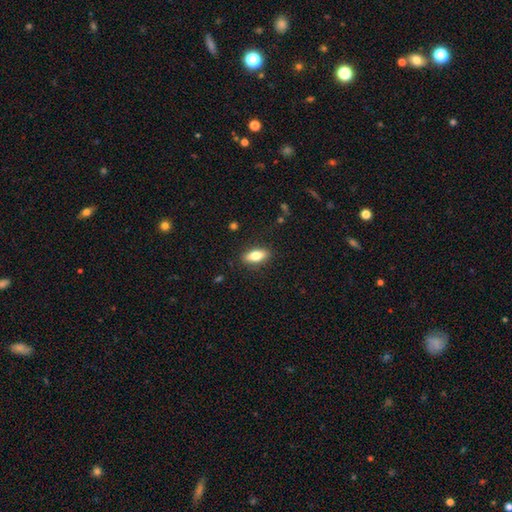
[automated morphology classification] Overall: smooth (74%). How rounded: in between (80%). Merging: none (88%).